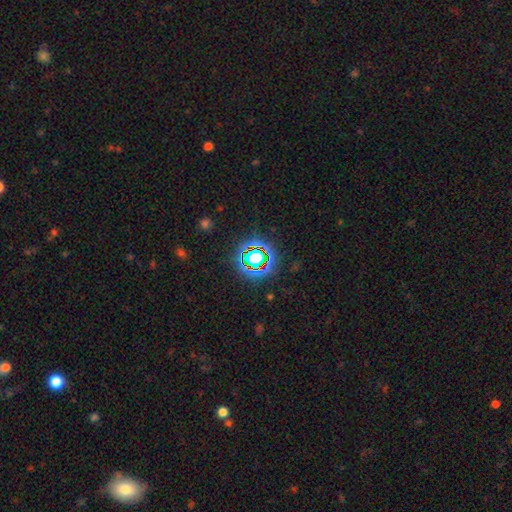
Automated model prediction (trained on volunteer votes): A star or artifact, not a galaxy (73%).

Vote fractions:
- Smooth or featured? star or artifact: 73% / smooth: 18% / featured or disk: 9%